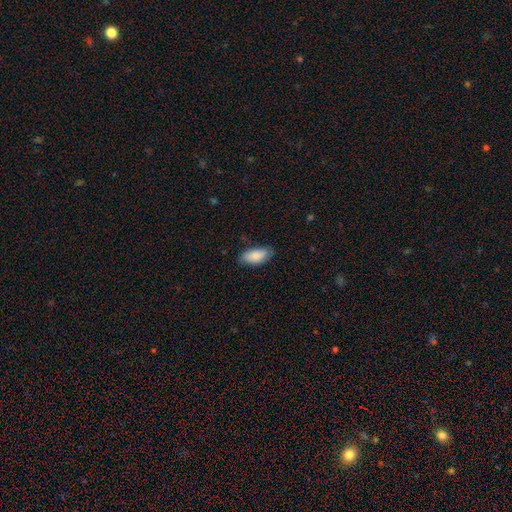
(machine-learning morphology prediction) A smooth galaxy with no disk features (84%) that is in between round and cigar-shaped (90%). Merging: none (72%).